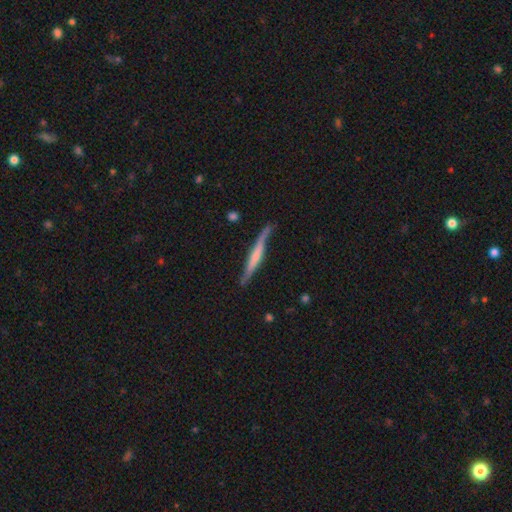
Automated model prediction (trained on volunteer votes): smooth-or-featured: featured or disk: 59% | smooth: 36% | star or artifact: 5%
  disk-edge-on: yes: 93% | no: 7%
    edge-on-bulge: none: 43% | rounded: 32% | boxy: 25%
  merging: none: 70% | minor disturbance: 23% | major disturbance: 5% | merger: 3%